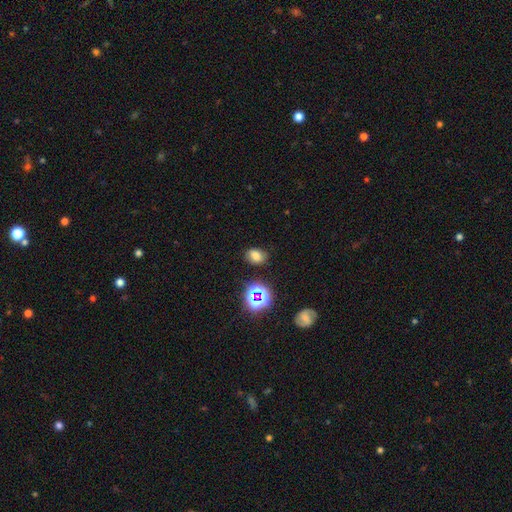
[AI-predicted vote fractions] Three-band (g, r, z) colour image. It shows a smooth galaxy with no disk features (67%) that is in between round and cigar-shaped (67%). Merging: none (79%).